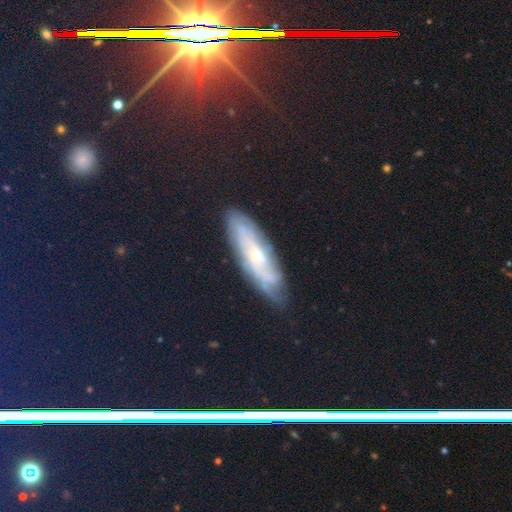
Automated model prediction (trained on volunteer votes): This appears to be a featured or disk galaxy (44%). Merging: none (78%).